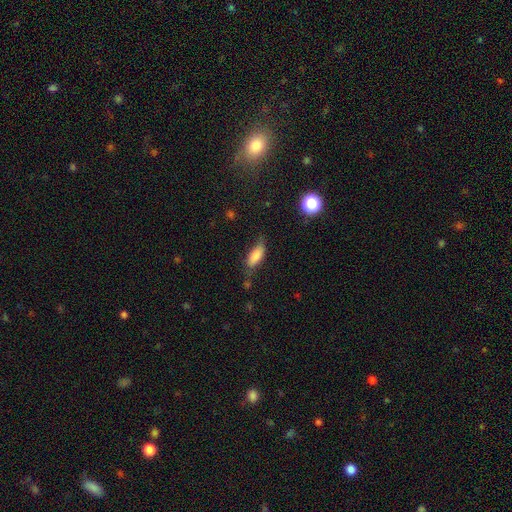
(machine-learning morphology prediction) This is likely a smooth galaxy (79%). How rounded: likely in between (77%). Merging: possibly none (56%).